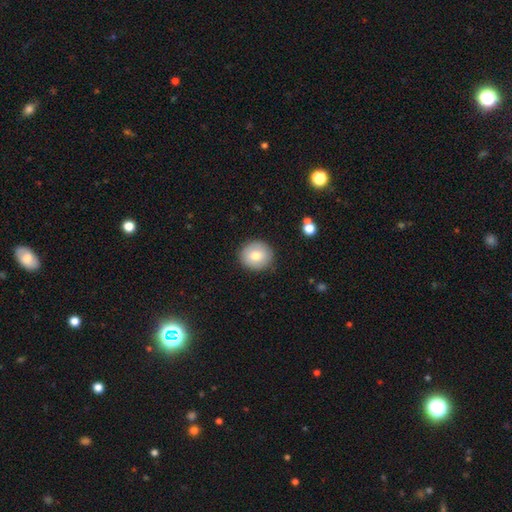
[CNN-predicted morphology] Smooth or featured?
  - smooth: 77% *
  - featured or disk: 15%
  - star or artifact: 8%
How rounded?
  - round: 89% *
  - in between: 10%
  - cigar-shaped: 1%
Merging?
  - none: 88% *
  - minor disturbance: 8%
  - major disturbance: 2%
  - merger: 1%